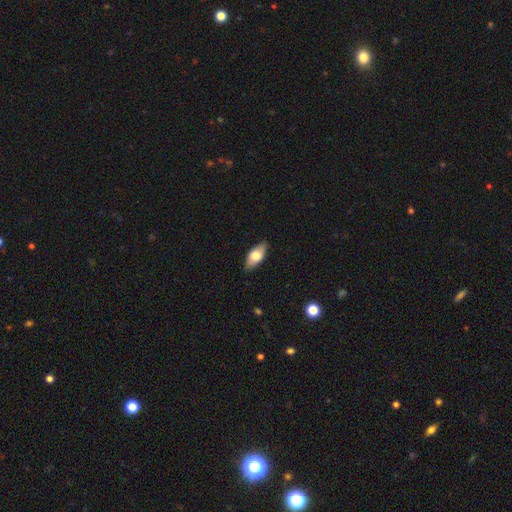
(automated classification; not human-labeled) Morphology: type=smooth (66%); roundness=in between (87%); merging=none (85%).